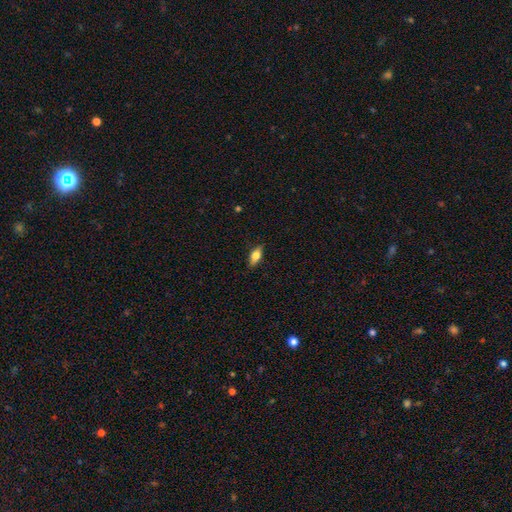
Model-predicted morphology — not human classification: Smooth or featured: smooth — 70% (featured or disk — 23%)
How rounded: in between — 80% (cigar-shaped — 17%)
Merging: none — 85% (minor disturbance — 12%)